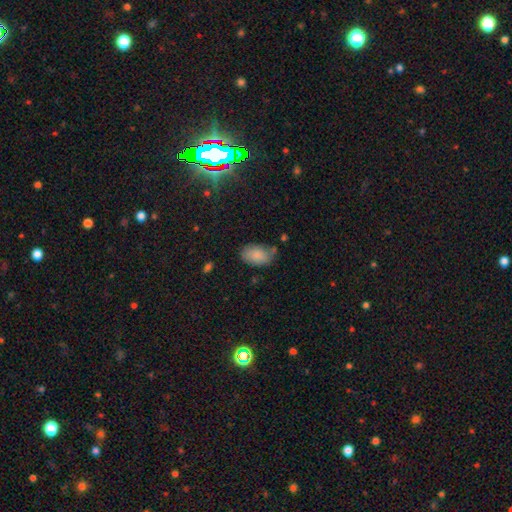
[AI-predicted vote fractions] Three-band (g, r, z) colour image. It shows a smooth galaxy with no disk features (86%) that is in between round and cigar-shaped (92%). Merging: none (69%).